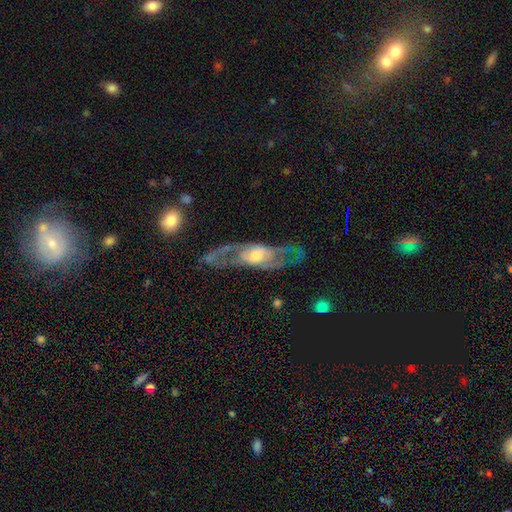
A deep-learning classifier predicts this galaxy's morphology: A featured or disk galaxy (81%) with no bar (62%), spiral arms (77%) and a moderate central bulge (59%).

Vote fractions:
- Smooth or featured? featured or disk: 81% / smooth: 13% / star or artifact: 6%
- Edge-on disk? no: 78% / yes: 22%
- Bar? no: 62% / weak: 28% / strong: 10%
- Spiral arms? yes: 77% / no: 23%
- Bulge size? moderate: 59% / small: 30% / large: 9% / none: 1% / dominant: 1%
- Merging? none: 66% / minor disturbance: 17% / major disturbance: 15% / merger: 2%